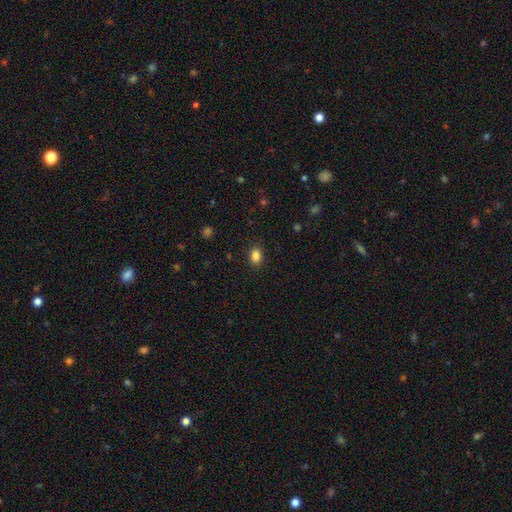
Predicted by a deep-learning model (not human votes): A smooth galaxy with no disk features (85%) that is in between round and cigar-shaped (60%). Merging: none (88%).